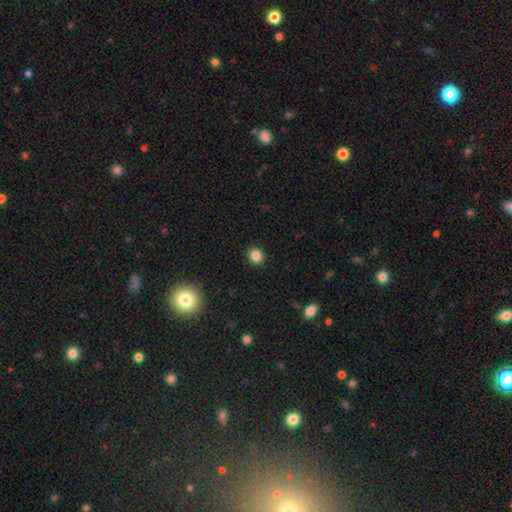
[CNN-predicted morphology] Smooth or featured?
  - smooth: 84% *
  - star or artifact: 12%
  - featured or disk: 4%
How rounded?
  - round: 81% *
  - in between: 19%
  - cigar-shaped: 1%
Merging?
  - none: 91% *
  - minor disturbance: 6%
  - major disturbance: 2%
  - merger: 1%